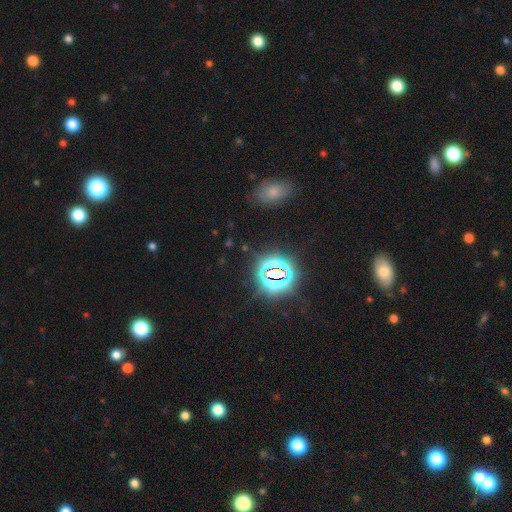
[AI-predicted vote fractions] star or artifact 71%, smooth 20%, featured or disk 10%.